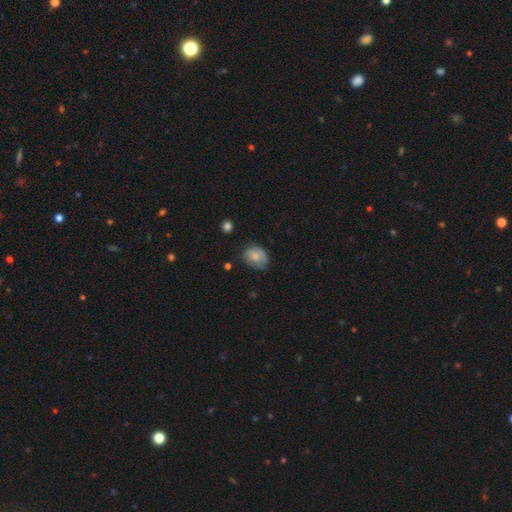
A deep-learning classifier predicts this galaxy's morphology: Smooth or featured? smooth (68%)
How rounded? in between (63%)
Merging? none (56%)